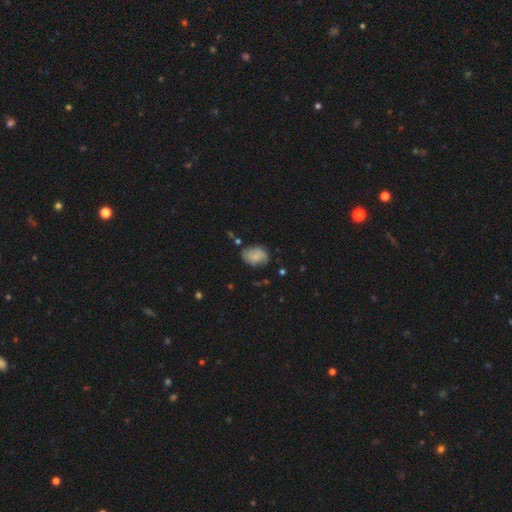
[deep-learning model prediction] Smooth or featured?
  - smooth: 61% *
  - featured or disk: 31%
  - star or artifact: 9%
How rounded?
  - in between: 75% *
  - round: 24%
  - cigar-shaped: 1%
Merging?
  - none: 64% *
  - minor disturbance: 26%
  - major disturbance: 7%
  - merger: 3%